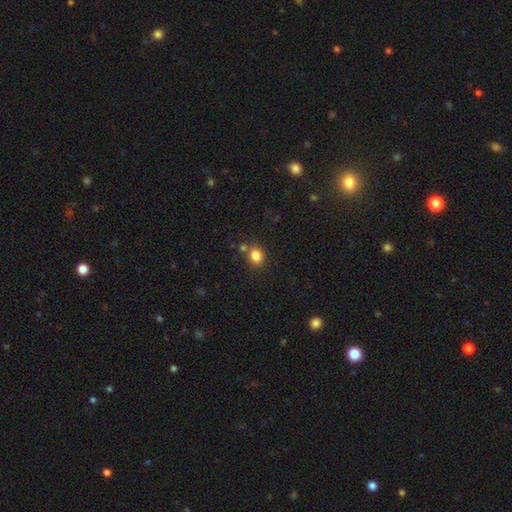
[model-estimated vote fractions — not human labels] Overall: smooth (83%). How rounded: round (66%; in between 33%). Merging: none (73%).